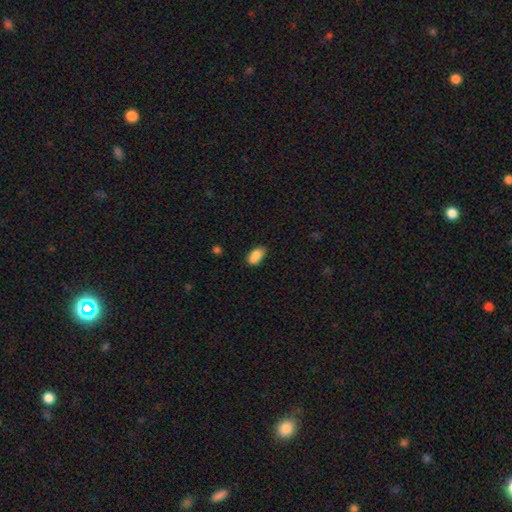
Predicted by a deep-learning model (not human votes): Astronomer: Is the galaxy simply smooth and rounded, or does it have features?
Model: smooth — 82%.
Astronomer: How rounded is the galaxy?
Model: in between — 91%.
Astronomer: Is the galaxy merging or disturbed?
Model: none — 60%.